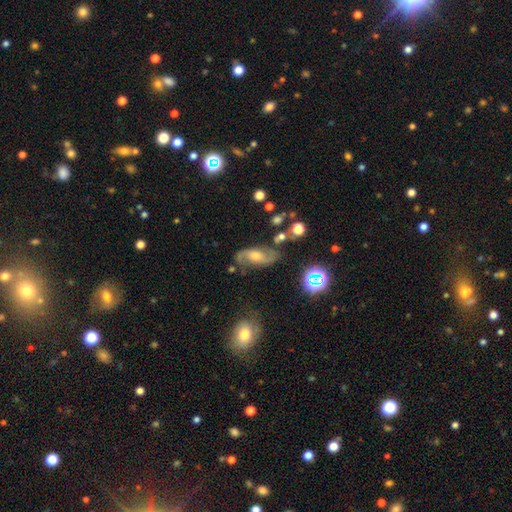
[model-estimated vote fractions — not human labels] Smooth or featured? featured or disk (72%)
Edge-on disk? no (93%)
Bar? no (55%)
Spiral arms? yes (91%)
Spiral winding? medium (42%, tied with loose)
Spiral arm count? 2 (88%)
Bulge size? moderate (62%)
Merging? none (67%)